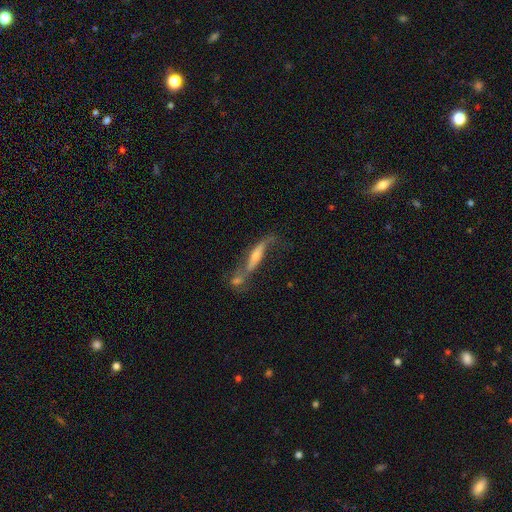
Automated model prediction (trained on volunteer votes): smooth-or-featured: featured or disk: 69% | smooth: 23% | star or artifact: 8%
  disk-edge-on: yes: 56% | no: 44%
  merging: none: 34% | merger: 31% | major disturbance: 18% | minor disturbance: 17%